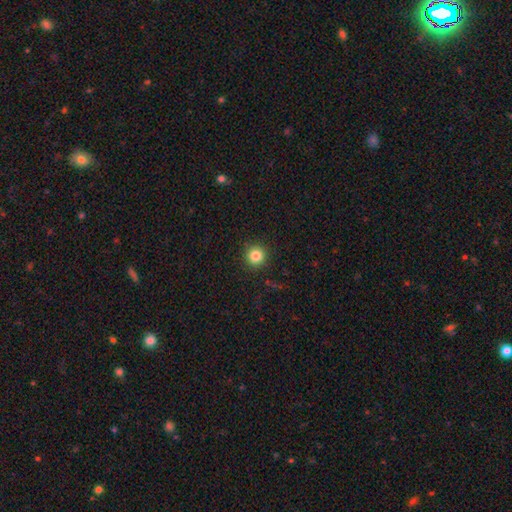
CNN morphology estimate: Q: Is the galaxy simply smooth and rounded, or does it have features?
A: smooth — 84%.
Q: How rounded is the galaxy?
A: round — 95%.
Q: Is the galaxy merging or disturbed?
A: none — 92%.